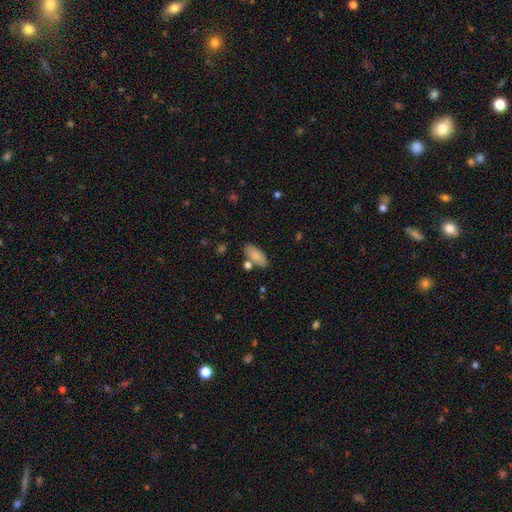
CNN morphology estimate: This is clearly a smooth galaxy (83%). How rounded: clearly in between (83%). Merging: likely none (75%).